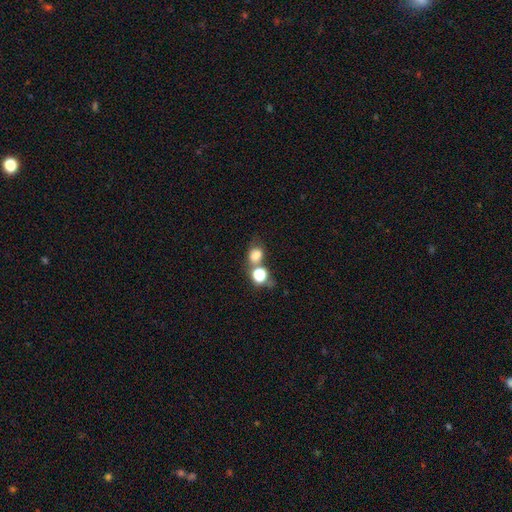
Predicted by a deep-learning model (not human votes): Morphology: type=smooth (73%); roundness=round (53%); merging=none (42%).